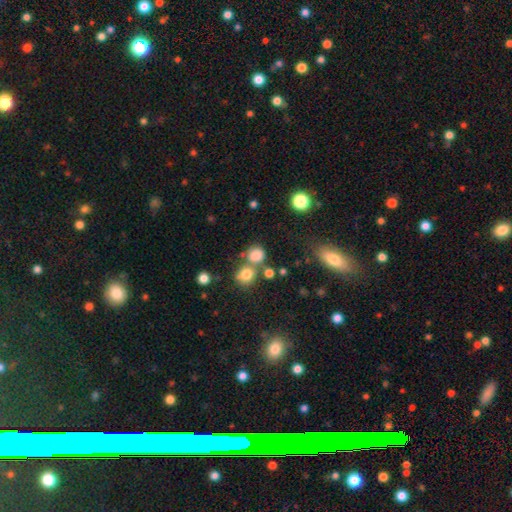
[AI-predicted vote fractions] Overall: smooth (79%). How rounded: round (81%). Merging: none (55%; merger 29%).